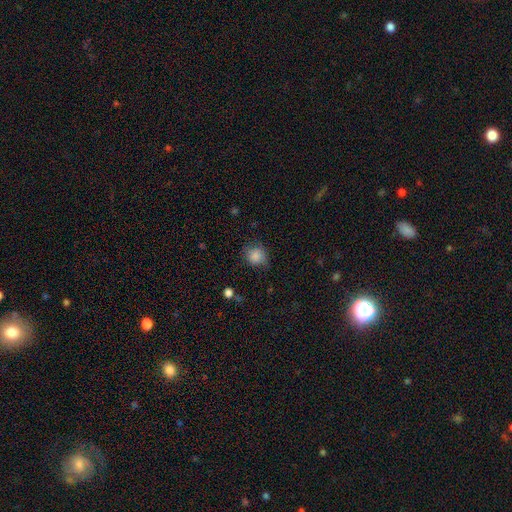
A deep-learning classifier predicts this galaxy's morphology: Smooth or featured? smooth (83%)
How rounded? round (75%)
Merging? none (63%)